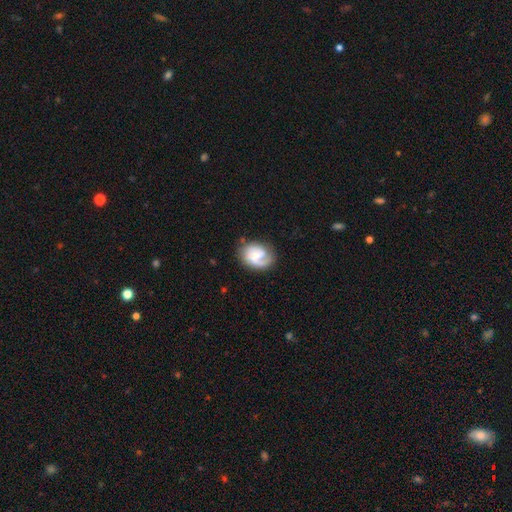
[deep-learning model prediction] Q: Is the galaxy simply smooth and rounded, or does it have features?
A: featured or disk — 68%.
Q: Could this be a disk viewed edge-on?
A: no — 97%.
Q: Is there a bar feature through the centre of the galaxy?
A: no — 55%.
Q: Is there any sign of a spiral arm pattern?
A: yes — 92%.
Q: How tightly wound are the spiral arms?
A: medium — 41%.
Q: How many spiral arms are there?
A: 1 — 44%.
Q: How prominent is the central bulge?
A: small — 42%.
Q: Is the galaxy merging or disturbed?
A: none — 68%.